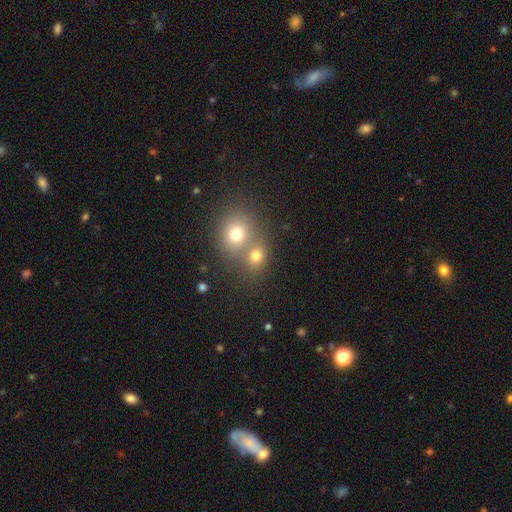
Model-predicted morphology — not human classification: Overall: smooth (75%). How rounded: round (73%). Merging: merger (50%; none 41%).